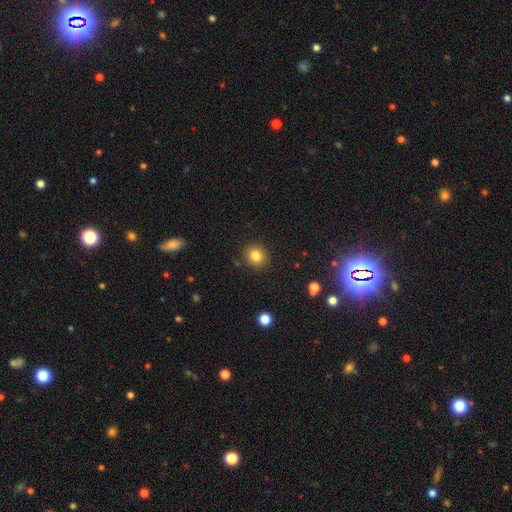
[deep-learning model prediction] Smooth or featured? smooth (83%)
How rounded? round (89%)
Merging? none (90%)